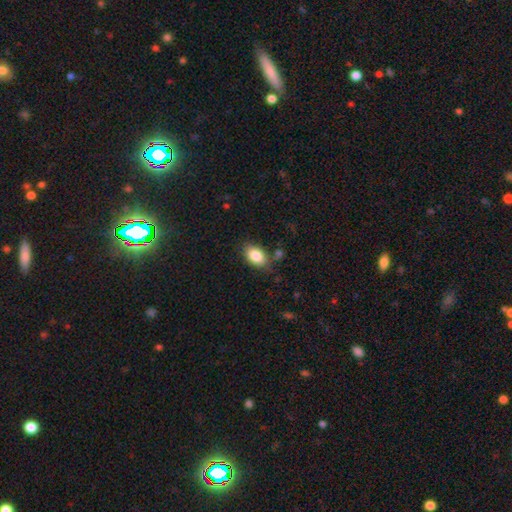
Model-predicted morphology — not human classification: Smooth or featured? smooth (85%)
How rounded? in between (89%)
Merging? none (76%)